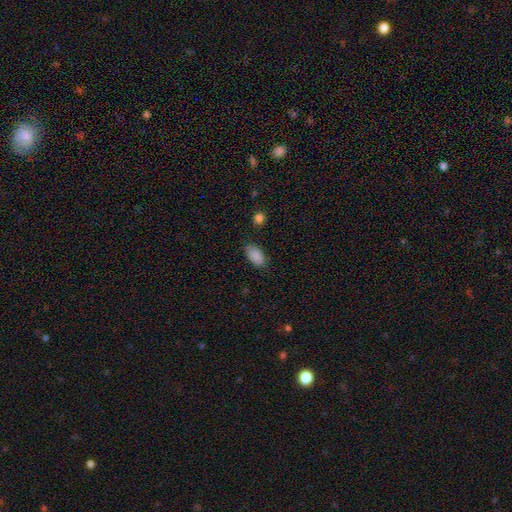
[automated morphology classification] Smooth or featured? smooth (88%)
How rounded? in between (93%)
Merging? none (81%)